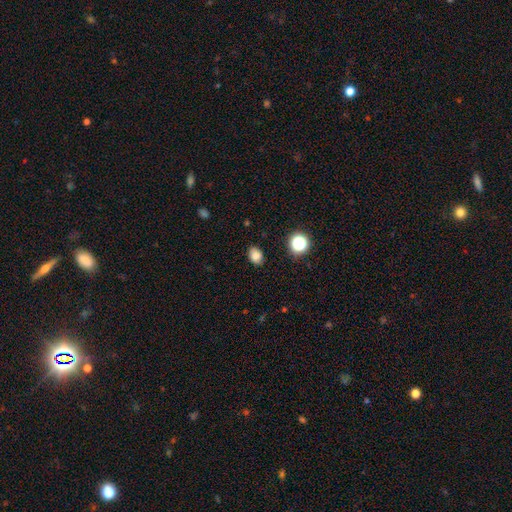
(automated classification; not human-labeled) This appears to be a smooth galaxy with no disk features (81%) that is in between round and cigar-shaped (70%). Merging: none (86%).